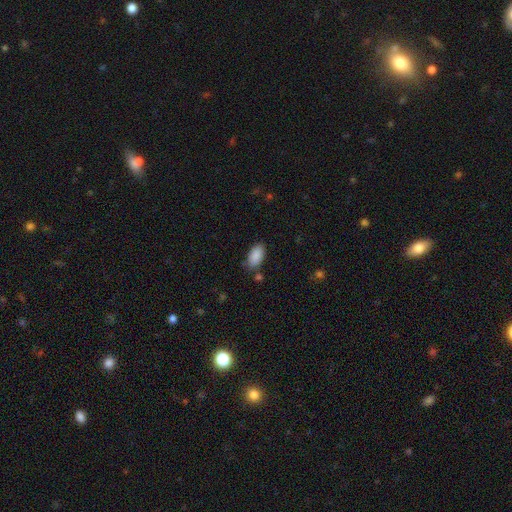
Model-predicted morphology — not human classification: This is clearly a smooth galaxy (89%). How rounded: clearly in between (94%). Merging: likely none (76%).